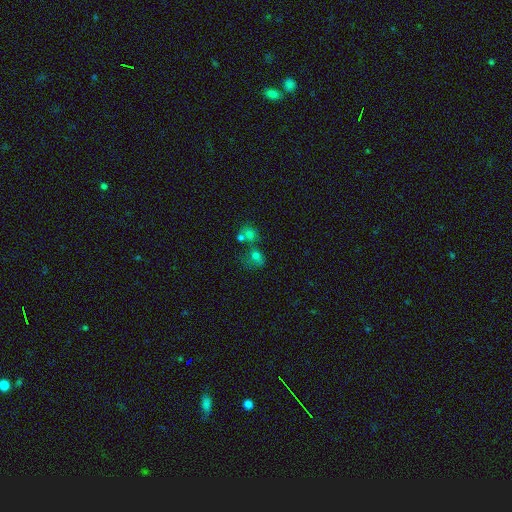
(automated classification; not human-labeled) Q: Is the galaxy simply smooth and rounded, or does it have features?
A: smooth — 66%.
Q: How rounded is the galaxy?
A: round — 59%.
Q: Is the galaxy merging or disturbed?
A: merger — 45%.